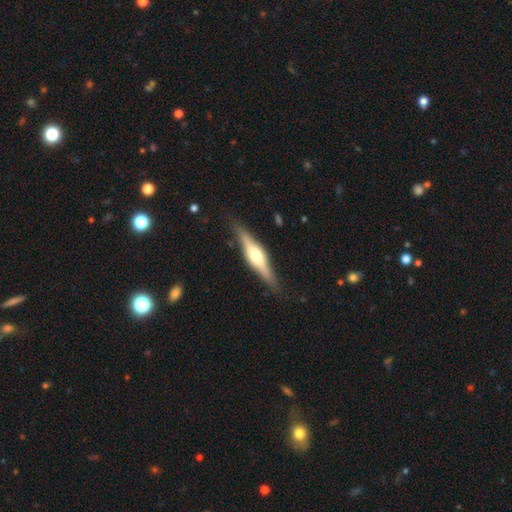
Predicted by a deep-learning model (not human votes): This appears to be a featured or disk galaxy (66%) viewed edge-on (96%) with a rounded central bulge (82%). Merging: none (85%).